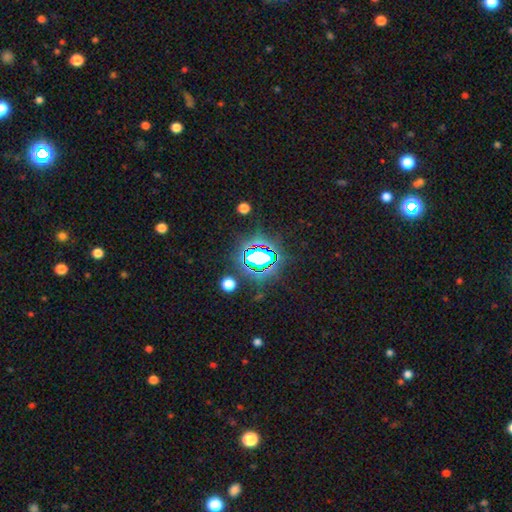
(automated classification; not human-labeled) This appears to be a star or artifact, not a galaxy (72%).